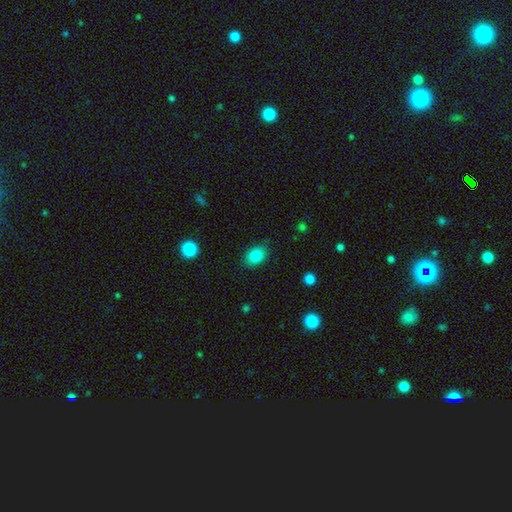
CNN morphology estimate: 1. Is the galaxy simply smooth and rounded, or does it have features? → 84% smooth, 9% star or artifact, 8% featured or disk.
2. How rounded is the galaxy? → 75% in between, 23% round, 1% cigar-shaped.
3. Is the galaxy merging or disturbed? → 80% none, 16% minor disturbance, 3% major disturbance, 1% merger.